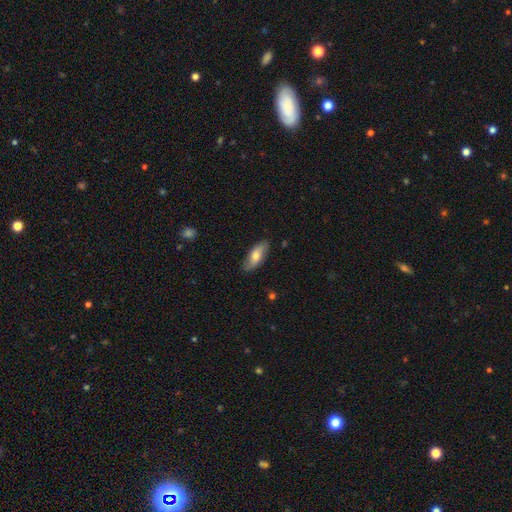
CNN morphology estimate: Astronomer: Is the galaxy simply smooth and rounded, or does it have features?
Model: smooth — 60%.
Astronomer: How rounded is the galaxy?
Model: in between — 78%.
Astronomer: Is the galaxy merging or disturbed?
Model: none — 81%.